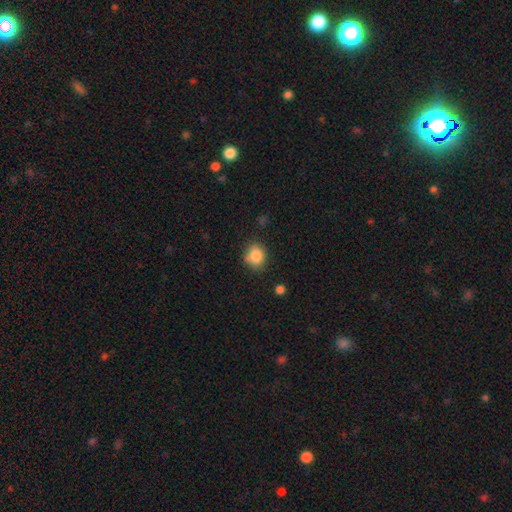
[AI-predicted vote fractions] This appears to be a smooth galaxy with no disk features (85%) that is round (75%). Merging: none (78%).